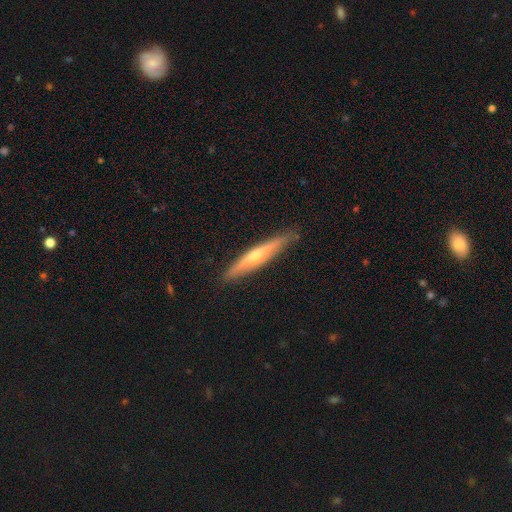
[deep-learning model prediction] Overall: featured or disk (60%; smooth 33%). Edge-on disk: yes (94%). Edge-on bulge: rounded (80%). Merging: none (89%).